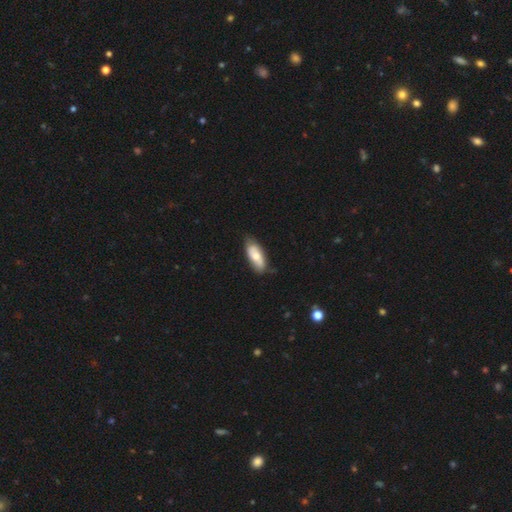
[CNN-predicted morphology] A smooth galaxy with no disk features (63%) that is in between round and cigar-shaped (80%). Merging: none (75%).